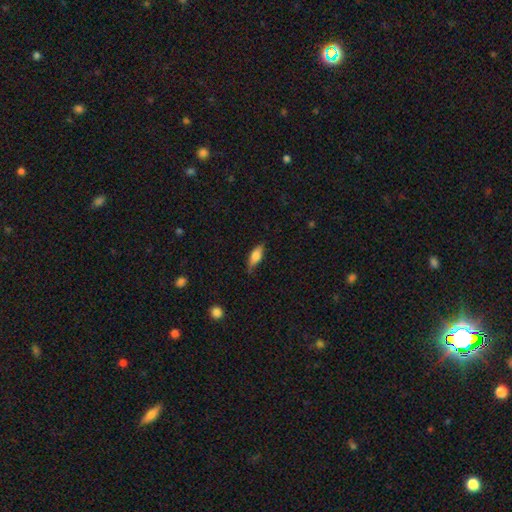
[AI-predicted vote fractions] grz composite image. It shows a smooth galaxy with no disk features (73%) that is in between round and cigar-shaped (71%). Merging: none (68%).